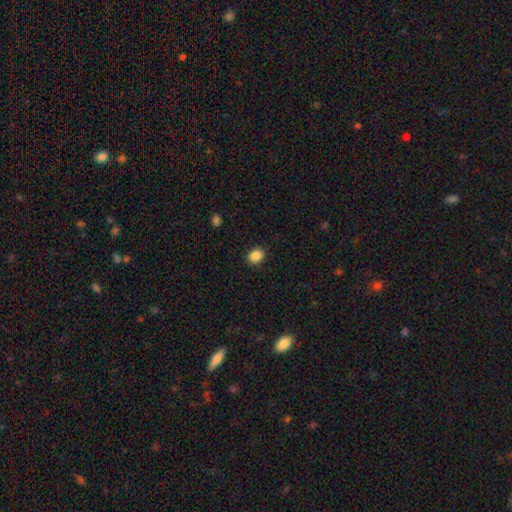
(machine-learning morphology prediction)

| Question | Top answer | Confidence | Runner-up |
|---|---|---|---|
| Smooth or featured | smooth | 88% | star or artifact (9%) |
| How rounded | in between | 50% | round (49%) |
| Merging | none | 90% | minor disturbance (7%) |